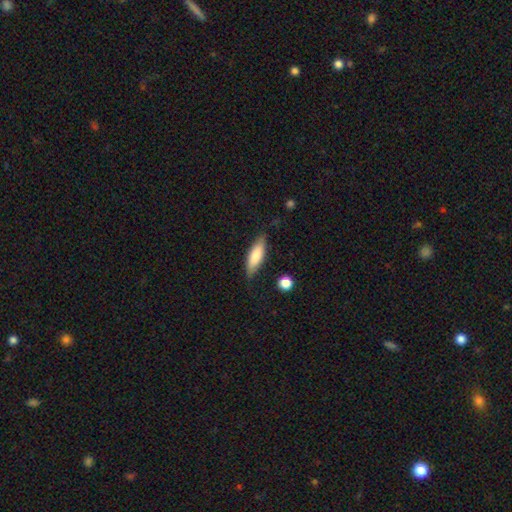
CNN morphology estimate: Q: Smooth or featured?
A: smooth (78%); runner-up: featured or disk (16%)
Q: How rounded?
A: in between (52%); runner-up: cigar-shaped (47%)
Q: Merging?
A: none (78%); runner-up: minor disturbance (16%)